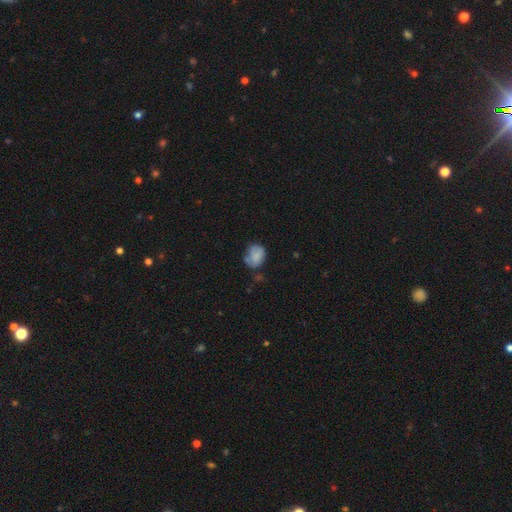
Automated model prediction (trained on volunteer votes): Smooth or featured: smooth — 73% (featured or disk — 18%)
How rounded: in between — 57% (round — 42%)
Merging: none — 47% (minor disturbance — 35%)